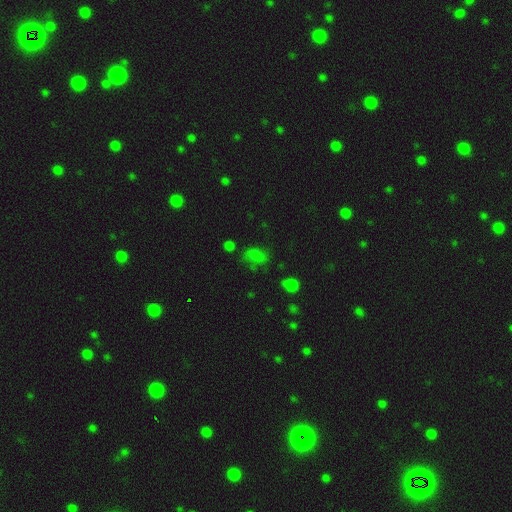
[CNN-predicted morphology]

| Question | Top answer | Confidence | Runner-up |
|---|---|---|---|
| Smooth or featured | smooth | 64% | star or artifact (23%) |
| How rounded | in between | 71% | round (27%) |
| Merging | none | 49% | minor disturbance (27%) |